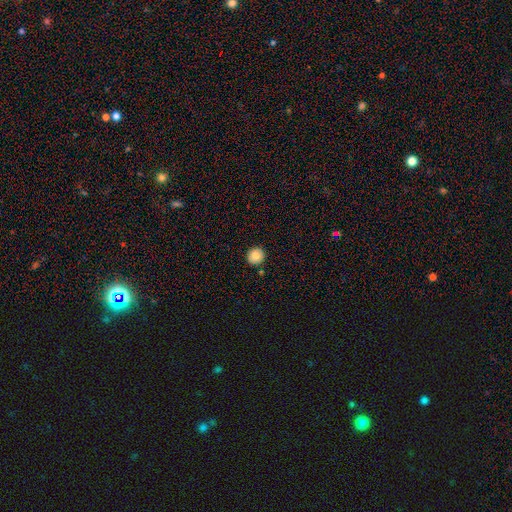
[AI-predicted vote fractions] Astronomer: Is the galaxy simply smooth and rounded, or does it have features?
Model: smooth — 81%.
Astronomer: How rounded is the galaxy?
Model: round — 93%.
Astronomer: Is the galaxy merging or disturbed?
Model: none — 91%.